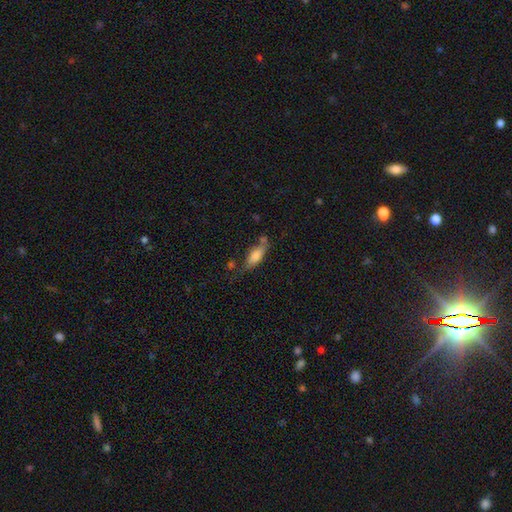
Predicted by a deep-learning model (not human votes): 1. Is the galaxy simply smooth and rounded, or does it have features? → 77% smooth, 15% featured or disk, 8% star or artifact.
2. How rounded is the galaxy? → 73% in between, 25% cigar-shaped, 3% round.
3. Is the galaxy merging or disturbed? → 49% none, 26% minor disturbance, 15% merger, 10% major disturbance.